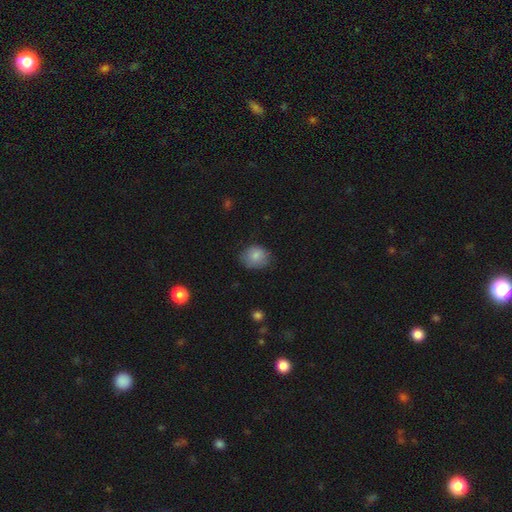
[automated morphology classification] smooth_or_featured: smooth (p=0.84) [alt: featured or disk p=0.08]
how_rounded: round (p=0.56) [alt: in between p=0.43]
merging: none (p=0.70) [alt: minor disturbance p=0.24]